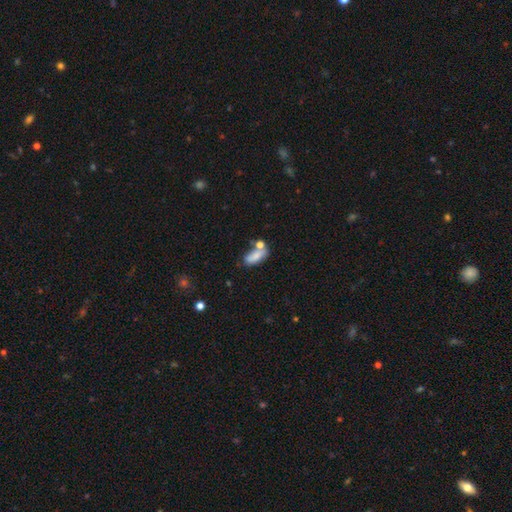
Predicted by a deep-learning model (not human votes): Smooth or featured? Predicted: smooth (p=0.76). How rounded? Predicted: in between (p=0.82). Merging? Predicted: none (p=0.41).